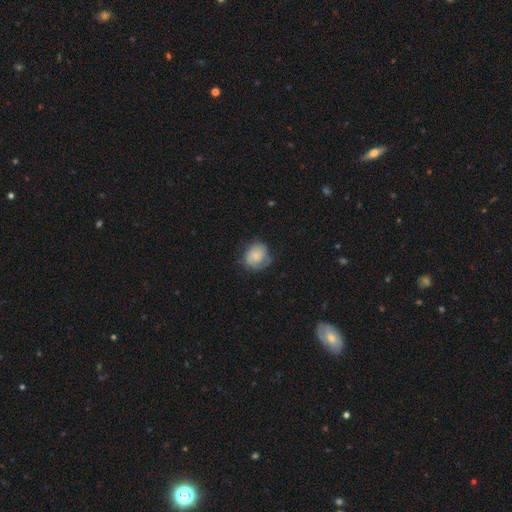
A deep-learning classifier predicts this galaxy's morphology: Smooth or featured? smooth (69%)
How rounded? round (69%)
Merging? none (61%)